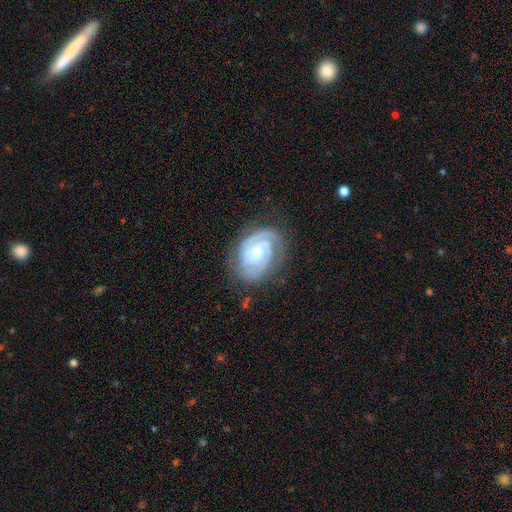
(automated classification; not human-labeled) featured or disk 88%, smooth 7%, star or artifact 5%. Down the decision tree: edge-on disk — no (98%); bar — no (59%); spiral arms — yes (98%); spiral arm count — 2 (60%); spiral winding — tight (69%); bulge size — small (57%); merging — none (75%).